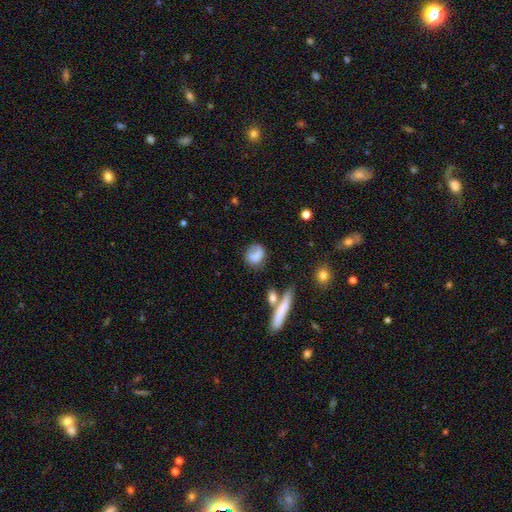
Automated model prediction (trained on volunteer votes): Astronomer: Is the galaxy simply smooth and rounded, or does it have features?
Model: smooth — 71%.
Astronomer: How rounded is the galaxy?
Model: round — 56% (runner-up: in between, 40%).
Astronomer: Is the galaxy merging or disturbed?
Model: none — 55%.